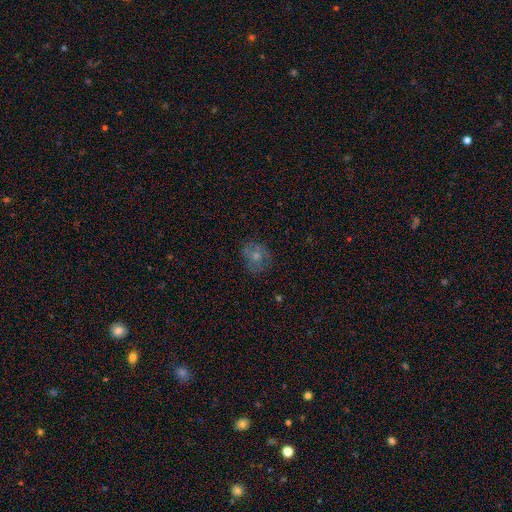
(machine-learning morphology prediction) Smooth or featured: smooth — 63% (featured or disk — 25%)
How rounded: round — 70% (in between — 28%)
Merging: none — 70% (minor disturbance — 19%)